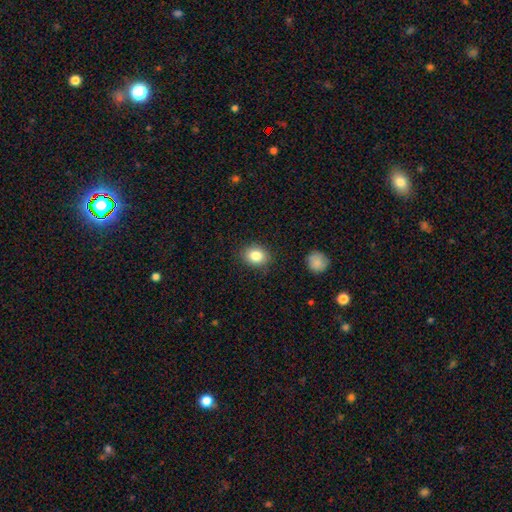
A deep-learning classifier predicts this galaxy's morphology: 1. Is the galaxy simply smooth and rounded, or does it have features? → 84% smooth, 9% star or artifact, 7% featured or disk.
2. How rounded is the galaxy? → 53% round, 47% in between, 1% cigar-shaped.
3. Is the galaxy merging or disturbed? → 86% none, 10% minor disturbance, 3% major disturbance, 1% merger.